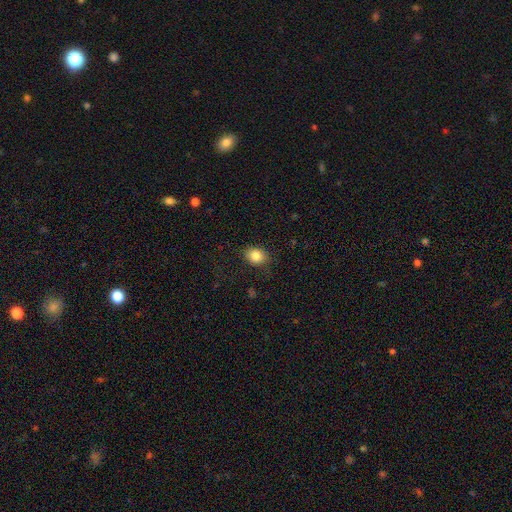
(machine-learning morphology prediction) Overall: smooth (84%). How rounded: in between (53%; round 46%). Merging: none (82%).